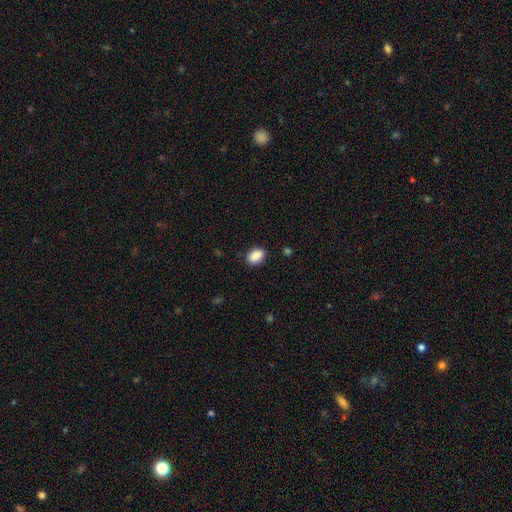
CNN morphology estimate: smooth-or-featured: smooth: 89% | star or artifact: 8% | featured or disk: 3%
  how-rounded: in between: 80% | round: 18% | cigar-shaped: 1%
  merging: none: 85% | minor disturbance: 11% | major disturbance: 3% | merger: 1%